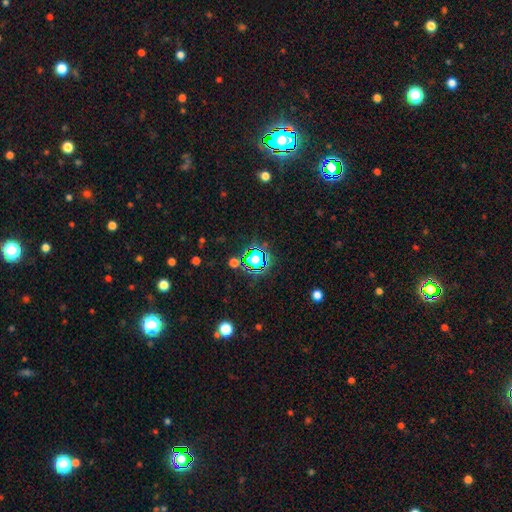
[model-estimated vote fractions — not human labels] Q: Smooth or featured?
A: star or artifact (57%); runner-up: smooth (33%)